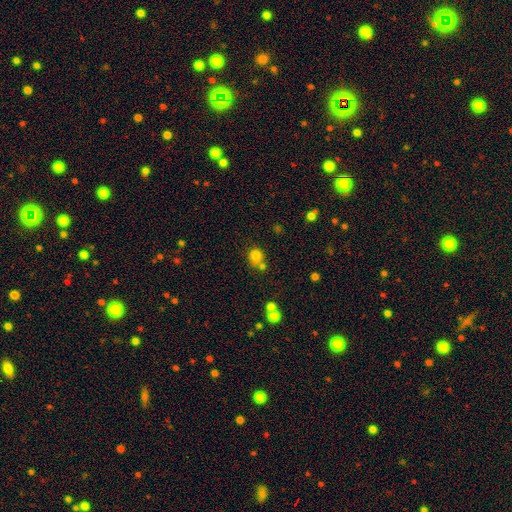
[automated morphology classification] smooth 80%, star or artifact 14%, featured or disk 7%. Down the decision tree: how rounded — round (78%); merging — none (59%).